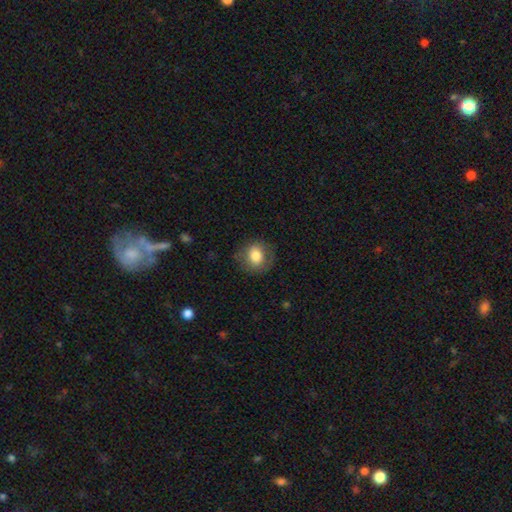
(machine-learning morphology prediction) smooth 76%, featured or disk 15%, star or artifact 8%. Down the decision tree: how rounded — round (75%); merging — none (77%).